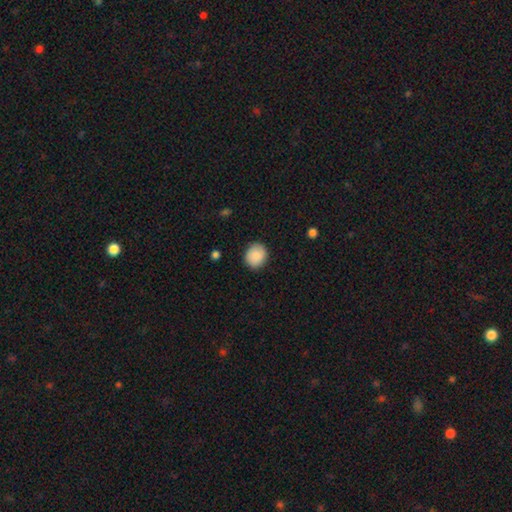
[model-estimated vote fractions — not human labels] Smooth or featured: smooth — 89% (star or artifact — 7%)
How rounded: round — 76% (in between — 23%)
Merging: none — 89% (minor disturbance — 8%)